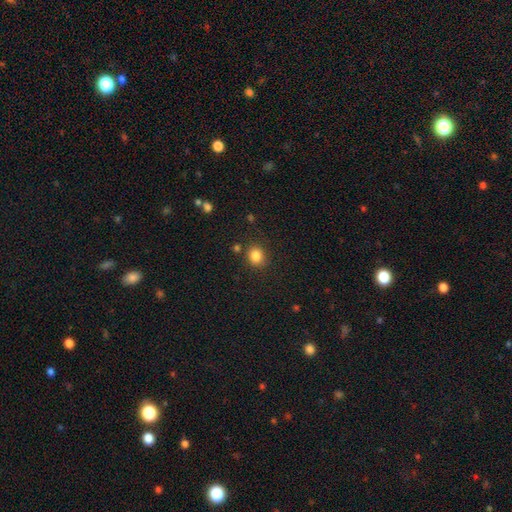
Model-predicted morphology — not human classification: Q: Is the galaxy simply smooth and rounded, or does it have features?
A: smooth — 84%.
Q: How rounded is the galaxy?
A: round — 72%.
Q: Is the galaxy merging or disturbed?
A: none — 82%.